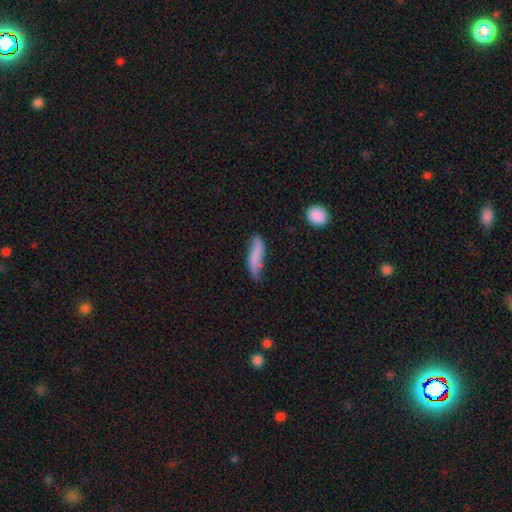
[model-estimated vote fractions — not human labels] smooth 69%, featured or disk 24%, star or artifact 7%. Down the decision tree: how rounded — cigar-shaped (65%); merging — none (49%).